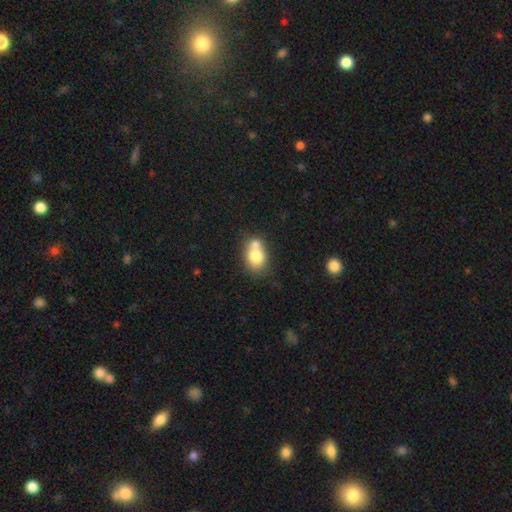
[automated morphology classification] The model was most divided on "merging": merger: 50%, none: 34%, minor disturbance: 12%, major disturbance: 4%. More confident: smooth or featured — smooth (75%); how rounded — in between (58%).